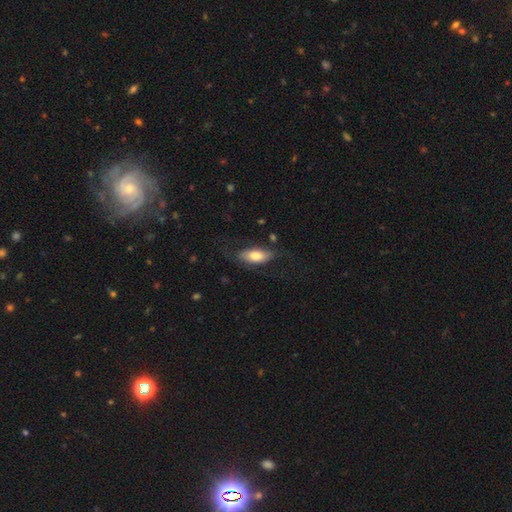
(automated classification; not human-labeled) Smooth or featured? Predicted: smooth (p=0.72). How rounded? Predicted: in between (p=0.83). Merging? Predicted: none (p=0.64).